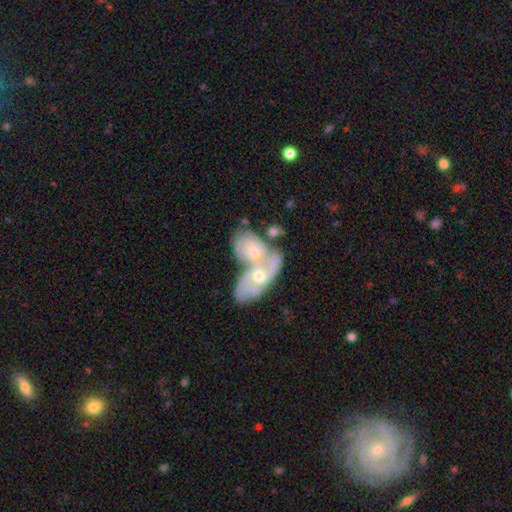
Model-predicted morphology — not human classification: Smooth or featured?
  - featured or disk: 68% *
  - smooth: 24%
  - star or artifact: 8%
Edge-on disk?
  - no: 93% *
  - yes: 7%
Bar?
  - no: 71% *
  - weak: 23%
  - strong: 6%
Spiral arms?
  - yes: 78% *
  - no: 22%
Bulge size?
  - moderate: 58% *
  - small: 36%
  - large: 3%
  - none: 2%
  - dominant: 1%
Merging?
  - merger: 65% *
  - none: 23%
  - minor disturbance: 8%
  - major disturbance: 5%